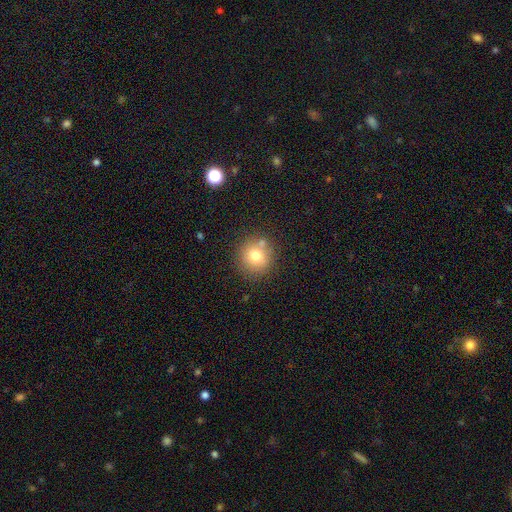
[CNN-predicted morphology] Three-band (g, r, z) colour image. It shows a smooth galaxy with no disk features (74%) that is round (90%). Merging: none (75%).